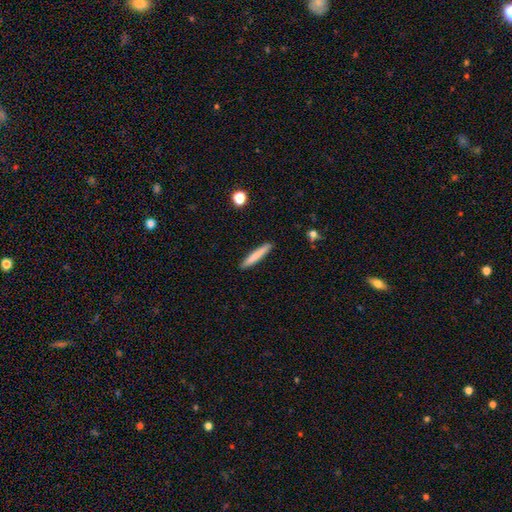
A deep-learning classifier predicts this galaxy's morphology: Overall: smooth (79%). How rounded: cigar-shaped (94%). Merging: none (91%).